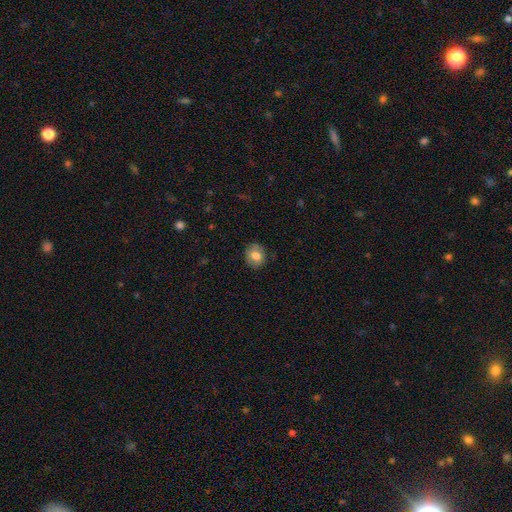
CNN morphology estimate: Smooth or featured: smooth — 77% (featured or disk — 14%)
How rounded: round — 62% (in between — 37%)
Merging: none — 82% (minor disturbance — 14%)